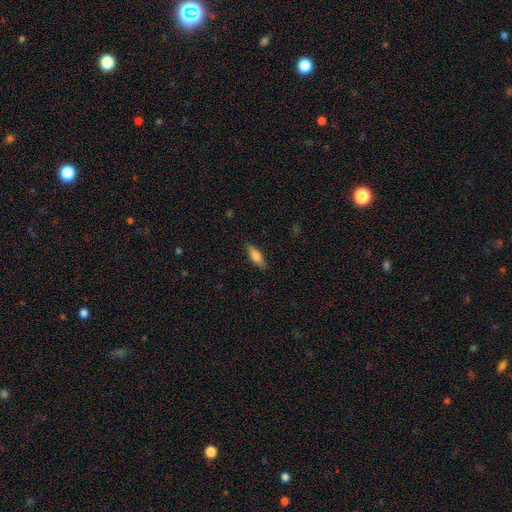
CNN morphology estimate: smooth_or_featured: smooth (p=0.66) [alt: featured or disk p=0.27]
how_rounded: in between (p=0.53) [alt: cigar-shaped p=0.44]
merging: none (p=0.86) [alt: minor disturbance p=0.10]